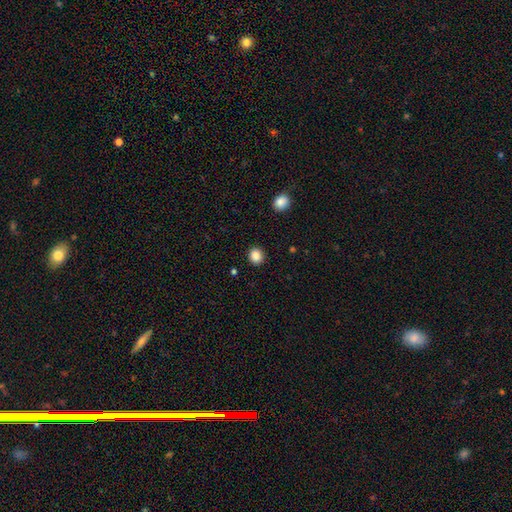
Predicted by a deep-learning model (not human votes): smooth_or_featured: smooth (p=0.87) [alt: star or artifact p=0.10]
how_rounded: round (p=0.76) [alt: in between p=0.23]
merging: none (p=0.91) [alt: minor disturbance p=0.06]